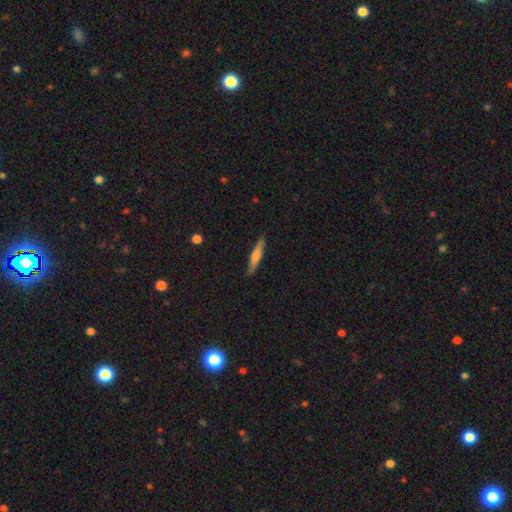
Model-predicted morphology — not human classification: smooth_or_featured: smooth (p=0.55) [alt: featured or disk p=0.39]
how_rounded: cigar-shaped (p=0.91) [alt: in between p=0.07]
merging: none (p=0.89) [alt: minor disturbance p=0.08]